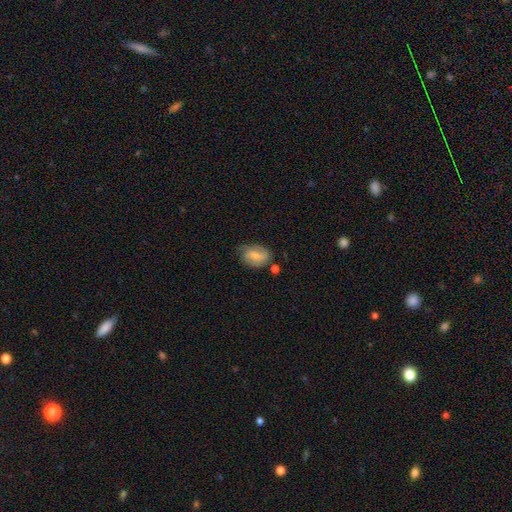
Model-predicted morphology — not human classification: A smooth galaxy with no disk features (61%) that is in between round and cigar-shaped (74%). Merging: none (61%).